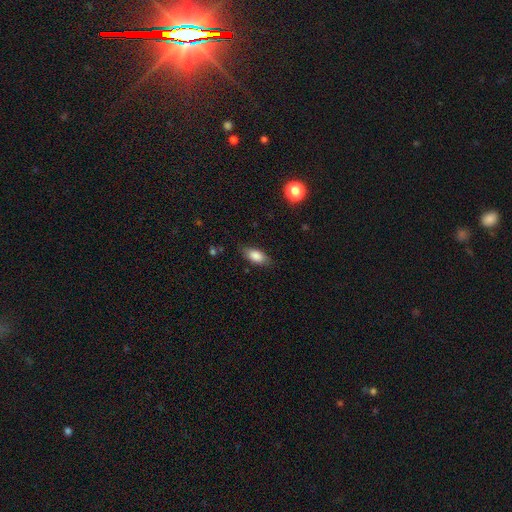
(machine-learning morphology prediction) type=smooth (84%); roundness=in between (86%); merging=none (80%).